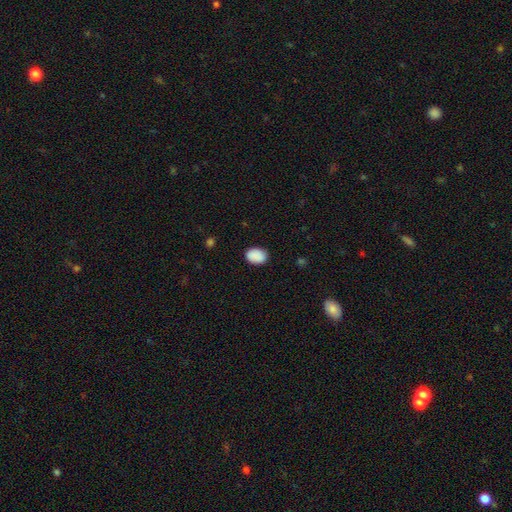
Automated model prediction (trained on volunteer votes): Smooth or featured? Predicted: smooth (p=0.90). How rounded? Predicted: in between (p=0.74). Merging? Predicted: none (p=0.87).